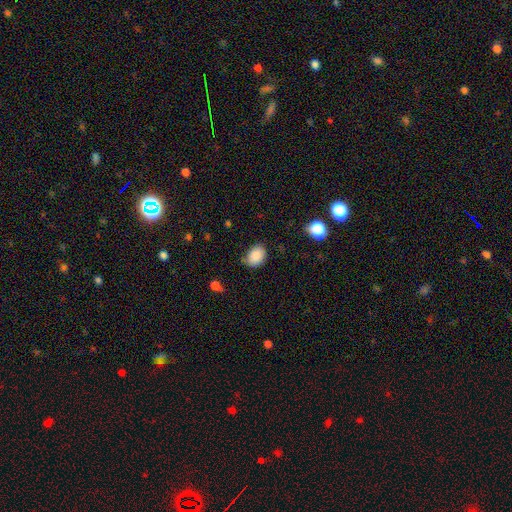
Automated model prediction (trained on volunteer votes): This appears to be a smooth galaxy with no disk features (87%) that is in between round and cigar-shaped (67%). Merging: none (70%).